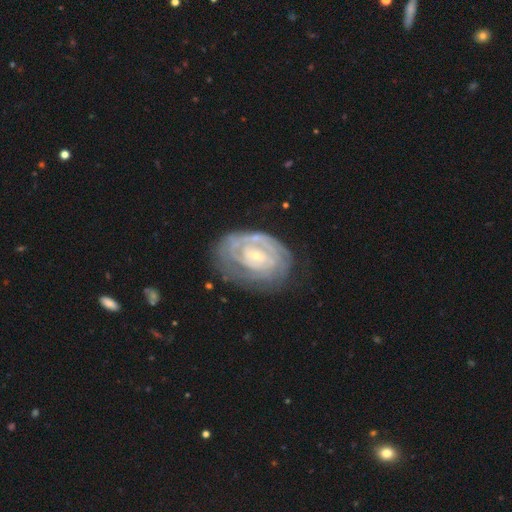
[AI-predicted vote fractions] The model was most divided on "bar": no: 51%, weak: 38%, strong: 11%. Remaining: edge-on disk — no (97%); spiral arms — yes (88%); smooth or featured — featured or disk (81%); spiral winding — tight (77%); bulge size — small (74%); merging — none (65%); spiral arm count — can't tell (48%).